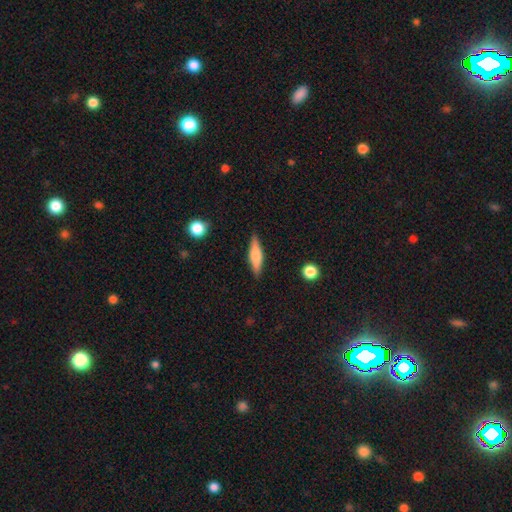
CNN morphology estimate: Smooth or featured? Predicted: smooth (p=0.57). How rounded? Predicted: cigar-shaped (p=0.72). Merging? Predicted: none (p=0.88).